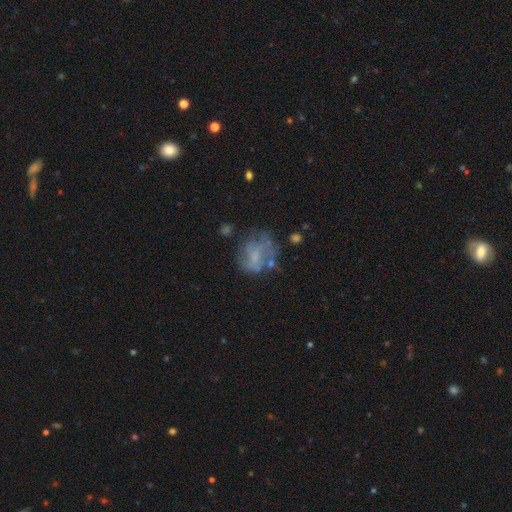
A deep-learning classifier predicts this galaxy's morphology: This is possibly a featured or disk galaxy (50%). It is clearly not viewed edge-on (98%). Merging: possibly none (48%).